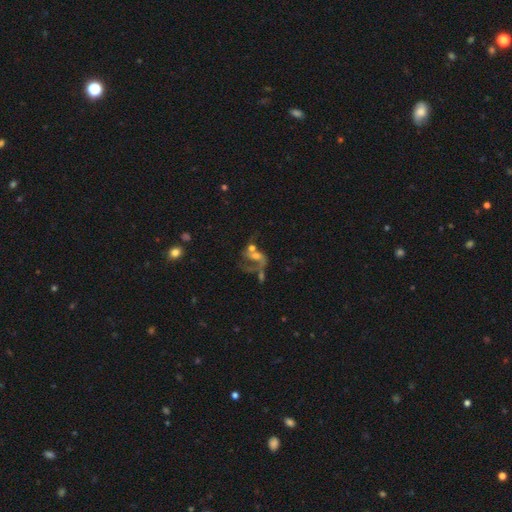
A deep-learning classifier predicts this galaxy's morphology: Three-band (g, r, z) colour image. It shows a featured or disk galaxy (62%) with no bar (65%), spiral arms (64%) and a moderate central bulge (37%). Merging: merger (49%).